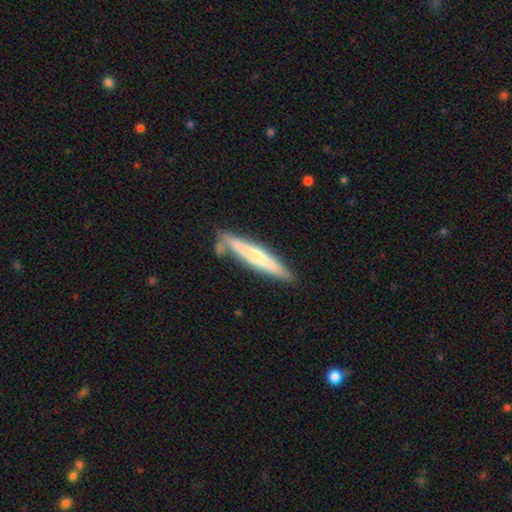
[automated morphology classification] Smooth or featured: featured or disk — 47% (smooth — 46%)
Merging: none — 80% (minor disturbance — 14%)